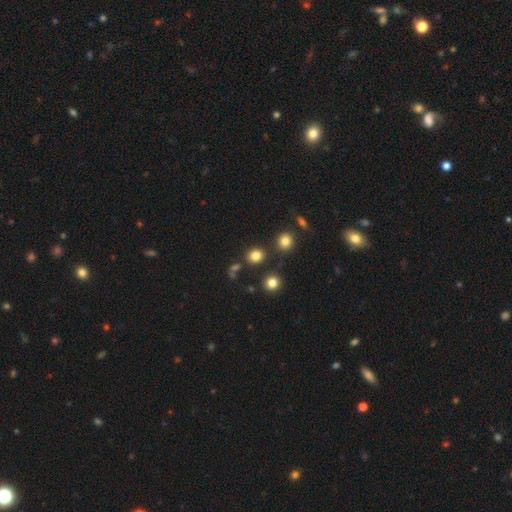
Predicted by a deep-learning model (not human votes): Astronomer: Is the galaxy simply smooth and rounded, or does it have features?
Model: smooth — 81%.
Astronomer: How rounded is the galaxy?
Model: round — 82%.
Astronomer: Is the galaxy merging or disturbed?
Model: none — 83%.